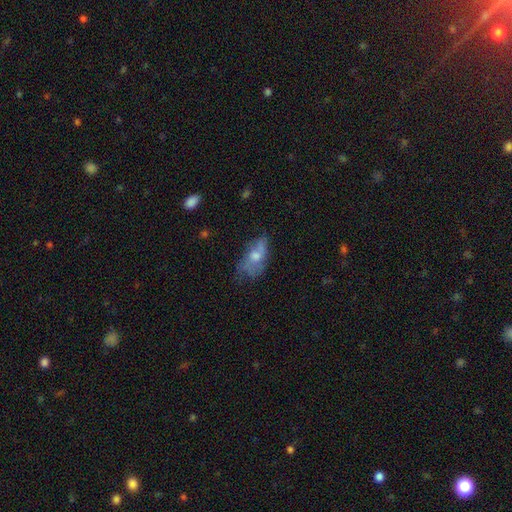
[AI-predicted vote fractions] smooth-or-featured: smooth: 46% | featured or disk: 44% | star or artifact: 10%
  merging: none: 43% | minor disturbance: 31% | major disturbance: 23% | merger: 4%